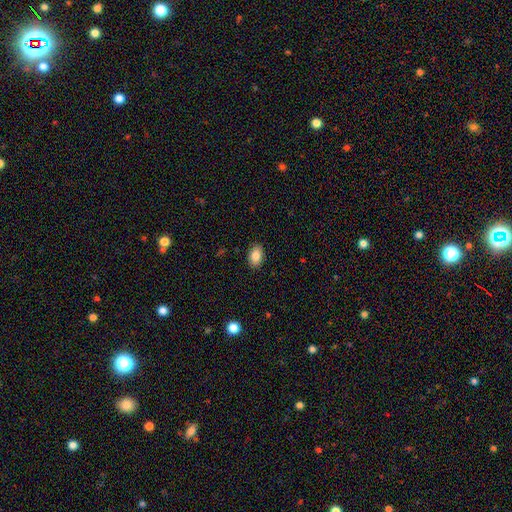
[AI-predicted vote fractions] A smooth galaxy with no disk features (87%) that is in between round and cigar-shaped (88%). Merging: none (89%).